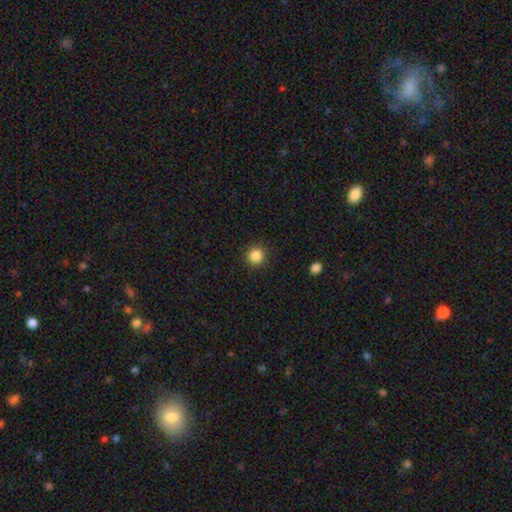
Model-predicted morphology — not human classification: Smooth or featured: smooth — 86% (star or artifact — 10%)
How rounded: round — 94% (in between — 5%)
Merging: none — 92% (minor disturbance — 5%)